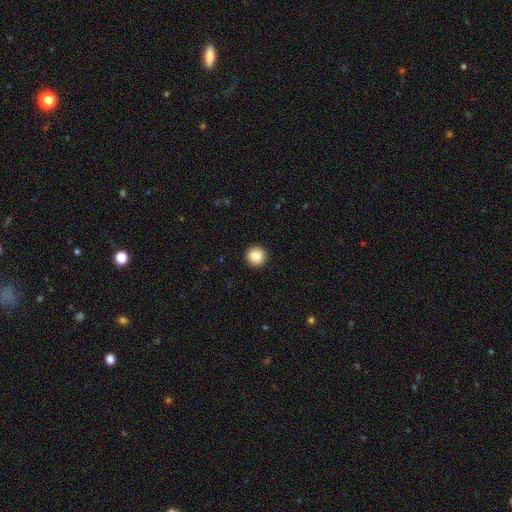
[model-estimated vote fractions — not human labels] This is clearly a smooth galaxy (86%). How rounded: clearly round (95%). Merging: clearly none (93%).